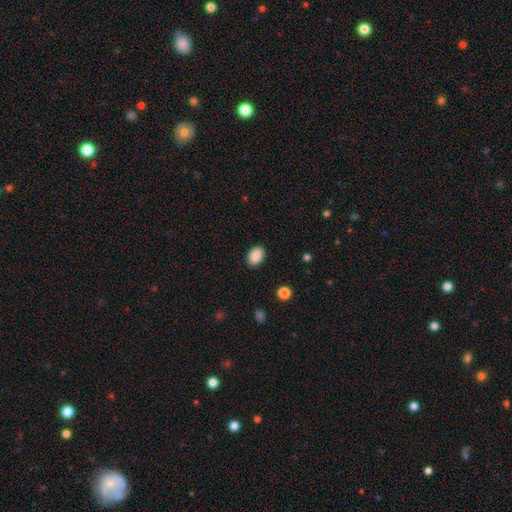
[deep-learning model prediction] This appears to be a smooth galaxy with no disk features (89%) that is in between round and cigar-shaped (80%). Merging: none (88%).